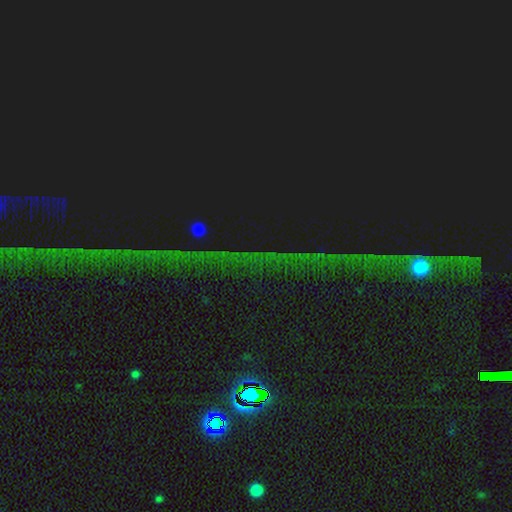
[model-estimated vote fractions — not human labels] smooth-or-featured: star or artifact: 85% | featured or disk: 8% | smooth: 7%